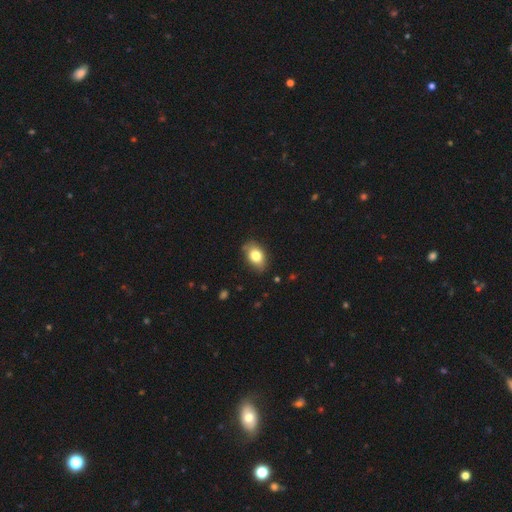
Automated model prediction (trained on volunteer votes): A smooth galaxy with no disk features (79%) that is in between round and cigar-shaped (84%).

Vote fractions:
- Smooth or featured? smooth: 79% / featured or disk: 13% / star or artifact: 8%
- How rounded? in between: 84% / round: 15% / cigar-shaped: 1%
- Merging? none: 79% / minor disturbance: 16% / major disturbance: 3% / merger: 1%